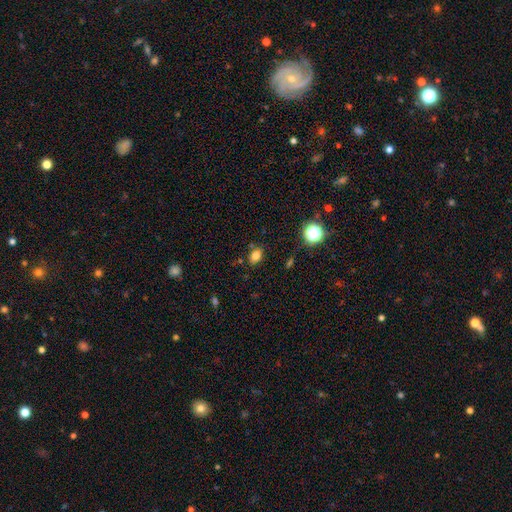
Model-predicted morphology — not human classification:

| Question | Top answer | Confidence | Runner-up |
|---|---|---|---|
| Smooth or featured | smooth | 79% | star or artifact (14%) |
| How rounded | in between | 76% | round (23%) |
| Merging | none | 81% | minor disturbance (12%) |